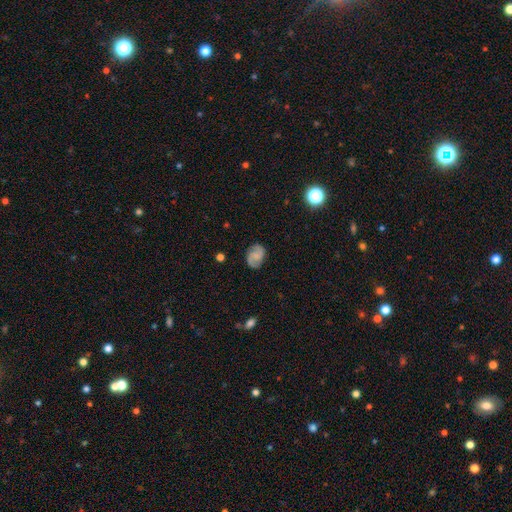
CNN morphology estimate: smooth_or_featured: featured or disk (p=0.69) [alt: smooth p=0.23]
disk_edge_on: no (p=0.98) [alt: yes p=0.02]
bar: no (p=0.53) [alt: weak p=0.39]
has_spiral_arms: yes (p=0.95) [alt: no p=0.05]
spiral_winding: medium (p=0.50) [alt: tight p=0.29]
spiral_arm_count: 2 (p=0.90) [alt: can't tell p=0.04]
bulge_size: none (p=0.48) [alt: small p=0.31]
merging: none (p=0.82) [alt: minor disturbance p=0.13]